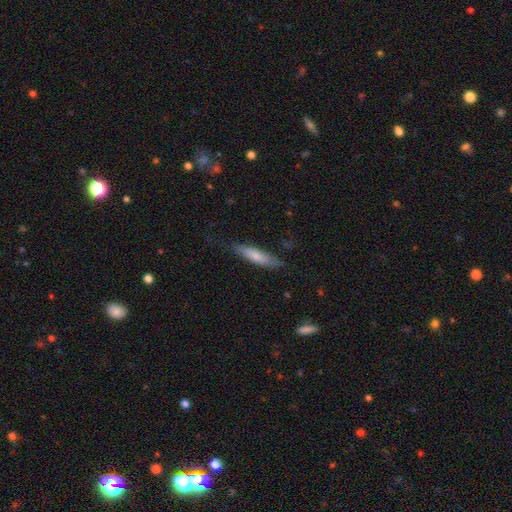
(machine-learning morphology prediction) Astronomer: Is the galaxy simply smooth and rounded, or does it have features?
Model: smooth — 71%.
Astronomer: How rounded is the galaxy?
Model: cigar-shaped — 82%.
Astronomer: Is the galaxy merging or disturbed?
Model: none — 78%.